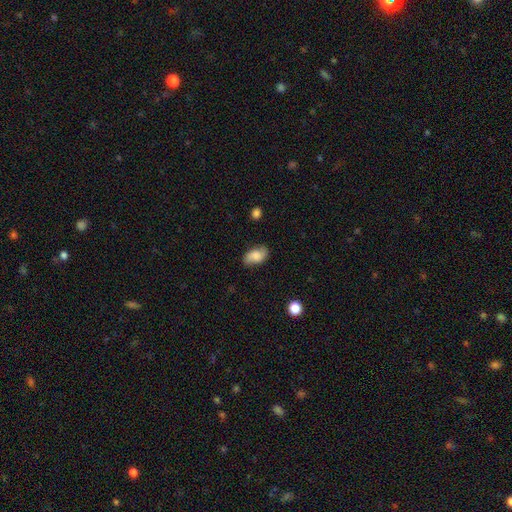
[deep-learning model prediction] The model was most divided on "smooth or featured": smooth: 67%, featured or disk: 24%, star or artifact: 9%. More confident: how rounded — in between (91%); merging — none (75%).